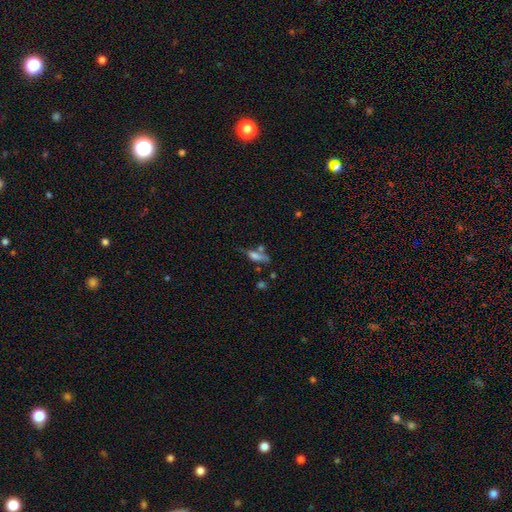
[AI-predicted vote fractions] smooth_or_featured: smooth (p=0.61) [alt: featured or disk p=0.28]
how_rounded: in between (p=0.49) [alt: cigar-shaped p=0.47]
merging: none (p=0.42) [alt: merger p=0.24]